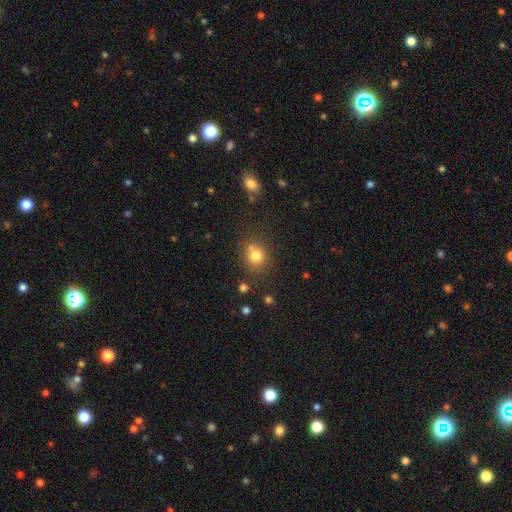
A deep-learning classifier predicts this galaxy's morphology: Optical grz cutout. It shows a smooth galaxy with no disk features (77%) that is round (80%). Merging: none (64%).